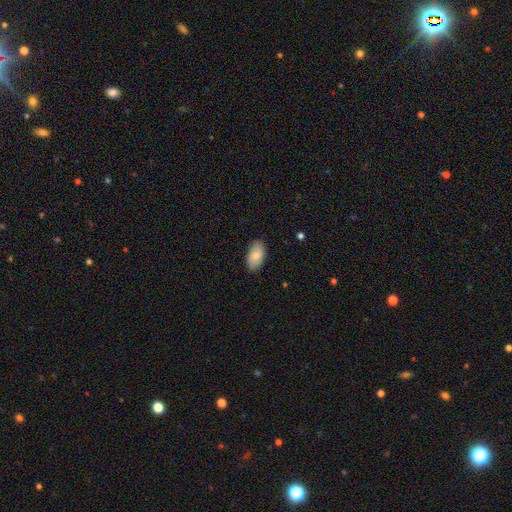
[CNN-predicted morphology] Smooth or featured? Predicted: smooth (p=0.77). How rounded? Predicted: in between (p=0.94). Merging? Predicted: none (p=0.85).